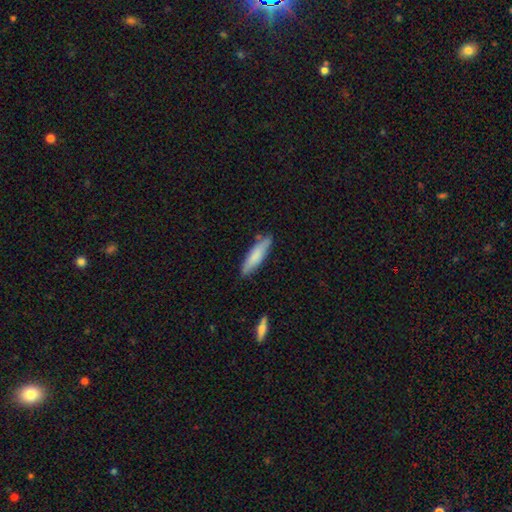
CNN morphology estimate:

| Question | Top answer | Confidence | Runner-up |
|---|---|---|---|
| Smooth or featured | smooth | 79% | featured or disk (16%) |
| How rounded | cigar-shaped | 70% | in between (29%) |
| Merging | none | 81% | minor disturbance (14%) |